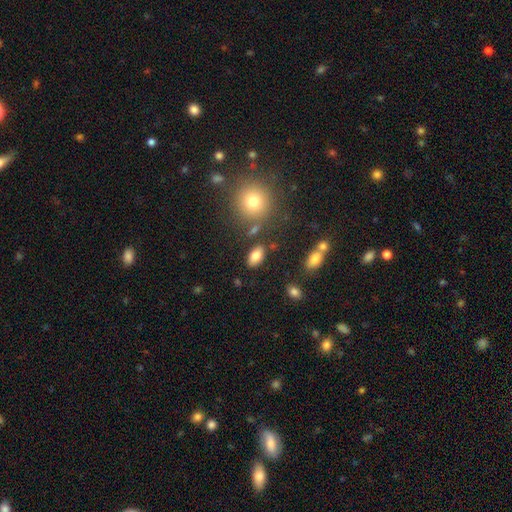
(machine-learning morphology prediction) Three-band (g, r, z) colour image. It shows a smooth galaxy with no disk features (79%) that is in between round and cigar-shaped (90%). Merging: none (81%).